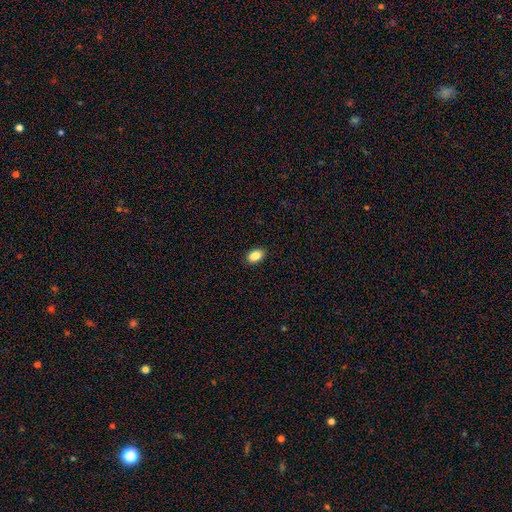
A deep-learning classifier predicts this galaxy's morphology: Overall: smooth (88%). How rounded: in between (89%). Merging: none (90%).